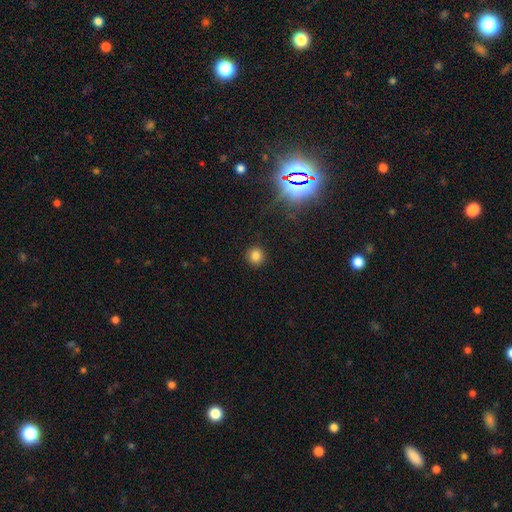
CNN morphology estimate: This appears to be a smooth galaxy with no disk features (80%) that is round (92%). Merging: none (91%).